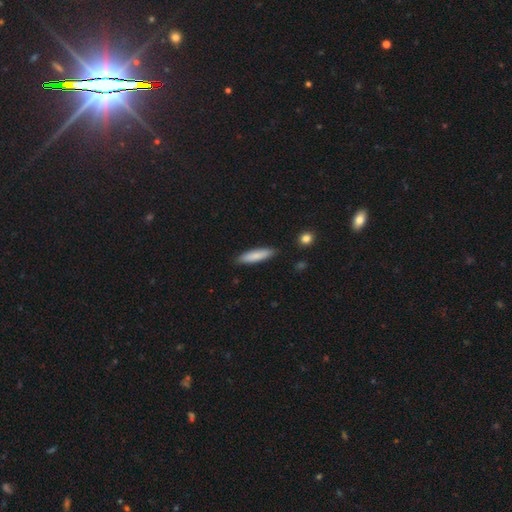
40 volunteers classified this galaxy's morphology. Q: Smooth or featured?
A: smooth (82%); runner-up: featured or disk (10%)
Q: How rounded?
A: cigar-shaped (76%); runner-up: in between (24%)
Q: Merging?
A: none (86%); runner-up: minor disturbance (11%)